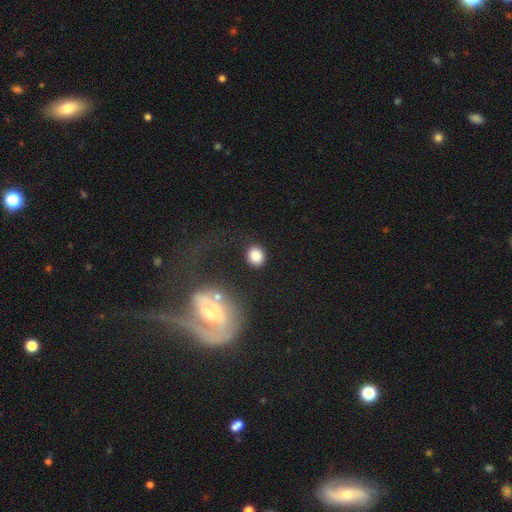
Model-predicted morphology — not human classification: smooth_or_featured: smooth (p=0.84) [alt: star or artifact p=0.10]
how_rounded: round (p=0.78) [alt: in between p=0.21]
merging: none (p=0.86) [alt: minor disturbance p=0.09]